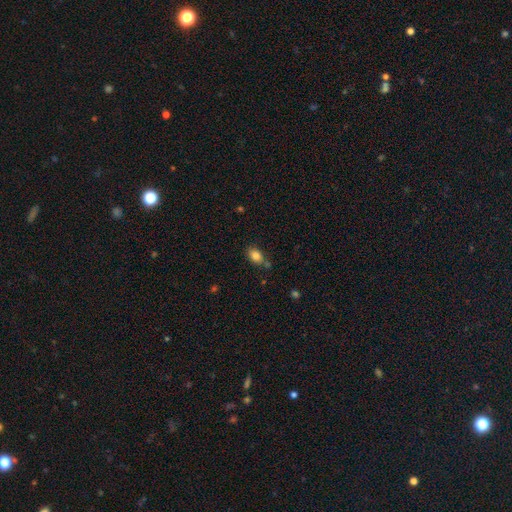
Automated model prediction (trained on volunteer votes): smooth 84%, star or artifact 10%, featured or disk 6%. Down the decision tree: how rounded — in between (79%); merging — none (70%).